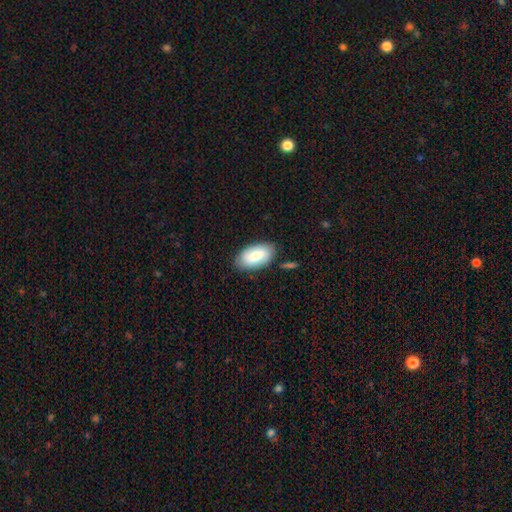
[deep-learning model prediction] Q: Smooth or featured?
A: smooth (71%); runner-up: featured or disk (23%)
Q: How rounded?
A: in between (94%); runner-up: round (3%)
Q: Merging?
A: none (82%); runner-up: minor disturbance (13%)